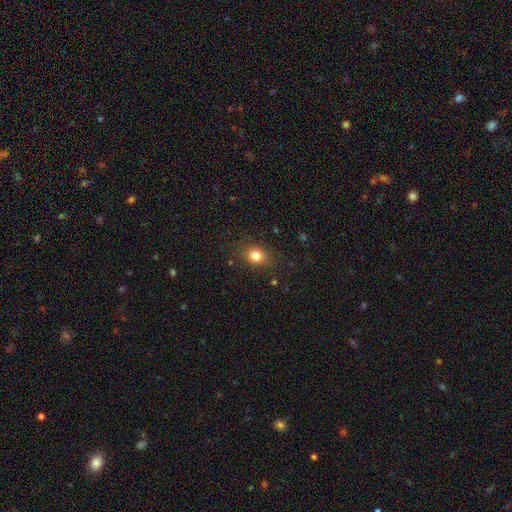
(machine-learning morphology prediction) This appears to be a smooth galaxy with no disk features (80%) that is round (56%). Merging: none (83%).